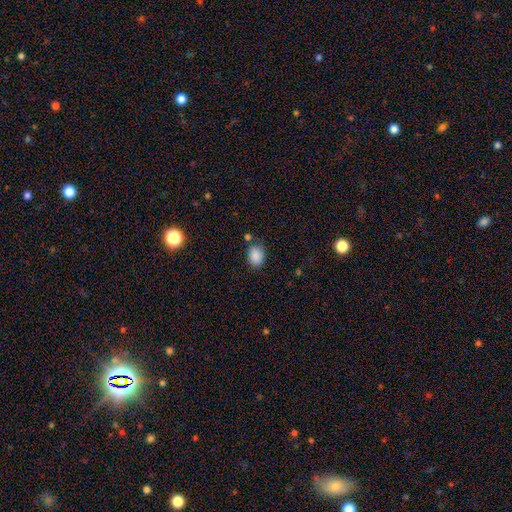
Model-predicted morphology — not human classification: This is clearly a smooth galaxy (87%). How rounded: likely in between (70%). Merging: likely none (73%).